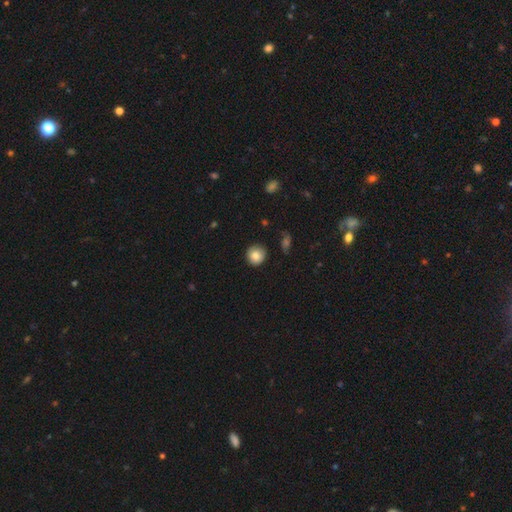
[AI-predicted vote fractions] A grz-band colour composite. It shows a smooth galaxy with no disk features (84%) that is round (90%). Merging: none (84%).